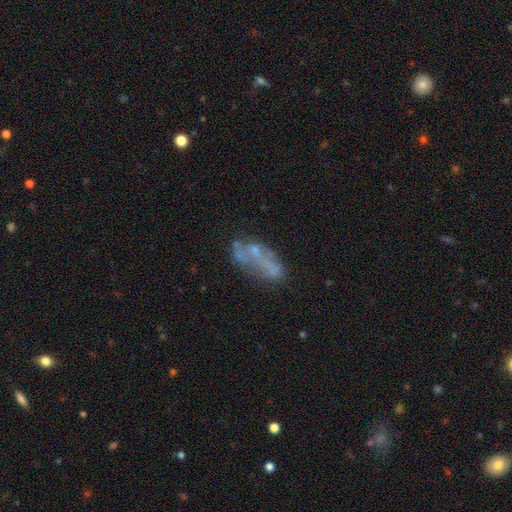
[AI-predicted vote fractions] A featured or disk galaxy (58%) with no bar (83%), no spiral arms (88%) and no central bulge (62%). Merging: none (49%).